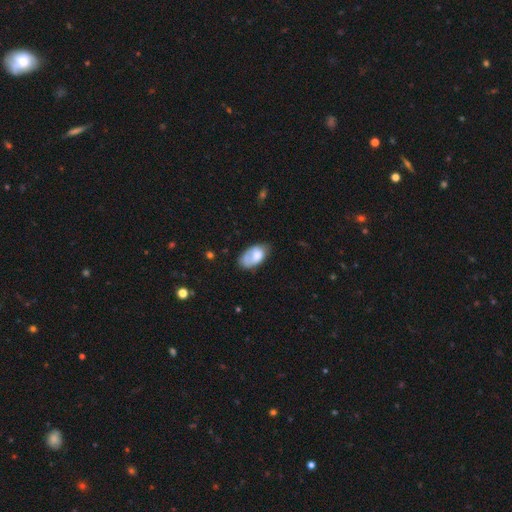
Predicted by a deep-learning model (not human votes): Morphology: type=smooth (69%); roundness=in between (93%); merging=none (47%).